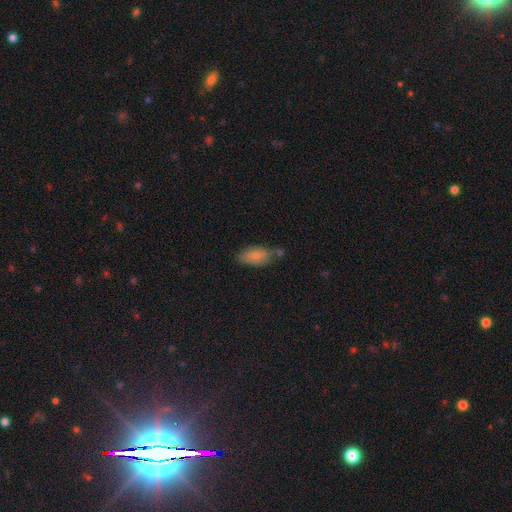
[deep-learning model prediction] Smooth or featured? smooth (77%)
How rounded? in between (90%)
Merging? none (57%)